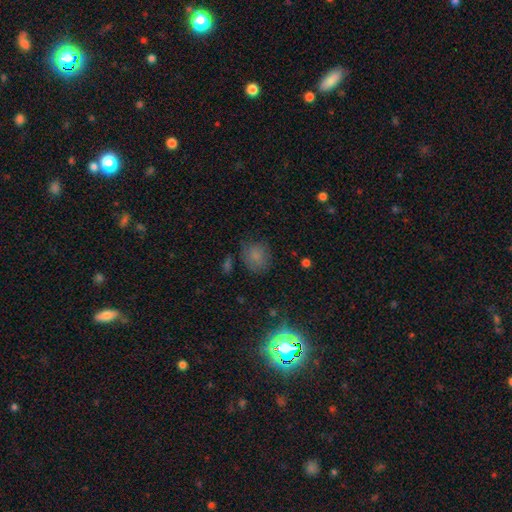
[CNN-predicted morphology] type=smooth (74%); roundness=round (74%); merging=none (73%).